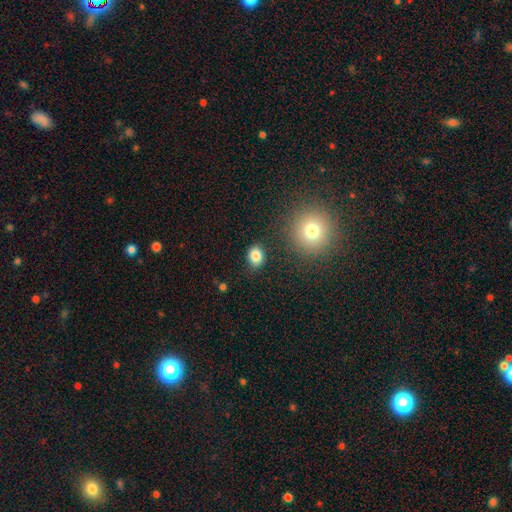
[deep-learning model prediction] Q: Smooth or featured?
A: smooth (84%); runner-up: star or artifact (11%)
Q: How rounded?
A: round (52%); runner-up: in between (47%)
Q: Merging?
A: none (83%); runner-up: minor disturbance (11%)